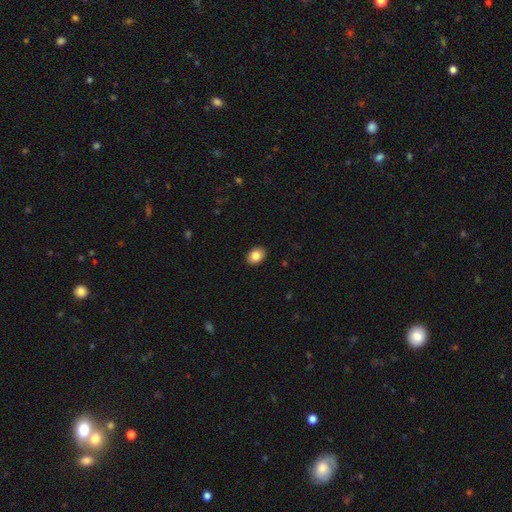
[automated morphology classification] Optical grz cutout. It shows a smooth galaxy with no disk features (86%) that is in between round and cigar-shaped (75%). Merging: none (90%).